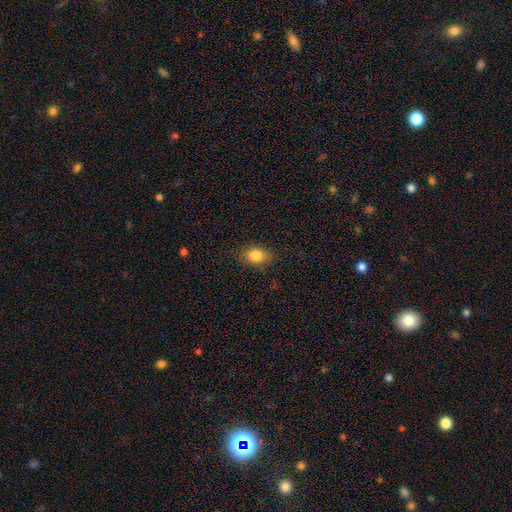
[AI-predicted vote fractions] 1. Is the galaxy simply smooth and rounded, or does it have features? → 84% smooth, 10% star or artifact, 7% featured or disk.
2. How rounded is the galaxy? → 69% in between, 30% round, 2% cigar-shaped.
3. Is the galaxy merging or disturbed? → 82% none, 13% minor disturbance, 3% major disturbance, 1% merger.